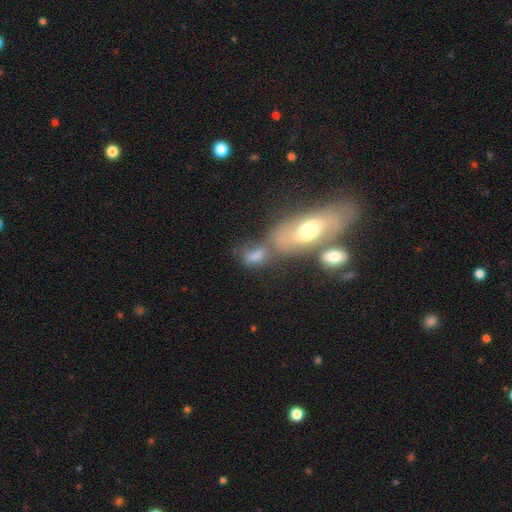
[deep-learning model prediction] Smooth or featured?
  - smooth: 64% *
  - featured or disk: 21%
  - star or artifact: 15%
How rounded?
  - in between: 80% *
  - round: 12%
  - cigar-shaped: 8%
Merging?
  - merger: 50% *
  - none: 25%
  - major disturbance: 13%
  - minor disturbance: 12%